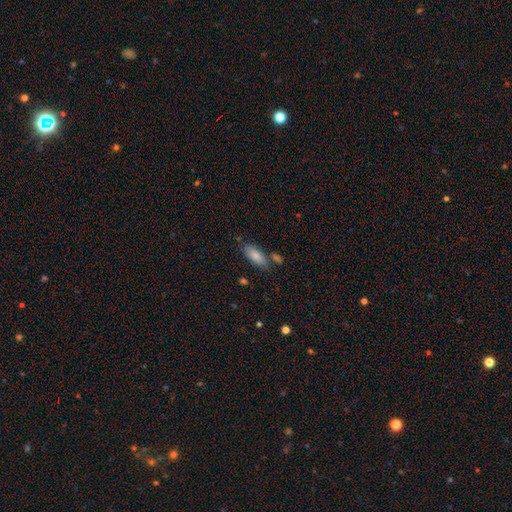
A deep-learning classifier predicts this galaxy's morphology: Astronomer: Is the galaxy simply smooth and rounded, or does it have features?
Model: smooth — 83%.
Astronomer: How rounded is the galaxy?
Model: in between — 81%.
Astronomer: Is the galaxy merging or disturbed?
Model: none — 69%.